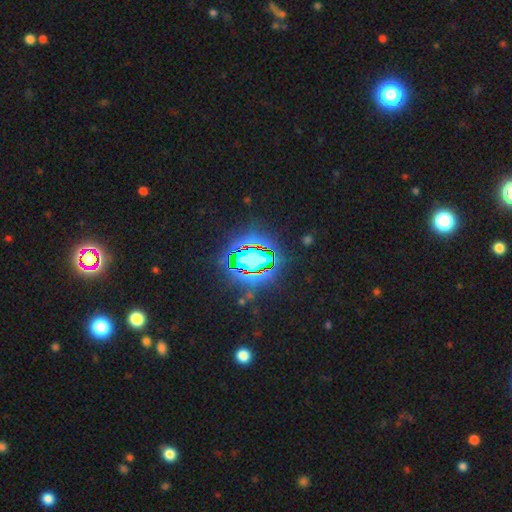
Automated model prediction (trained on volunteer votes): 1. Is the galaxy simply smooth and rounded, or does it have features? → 82% star or artifact, 10% smooth, 7% featured or disk.